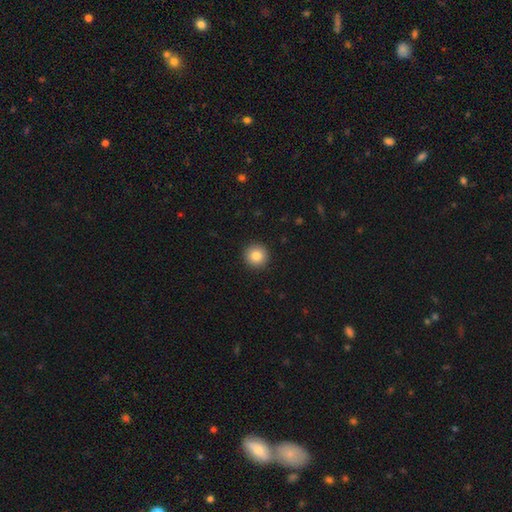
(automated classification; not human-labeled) smooth 85%, star or artifact 9%, featured or disk 6%. Down the decision tree: how rounded — round (96%); merging — none (93%).